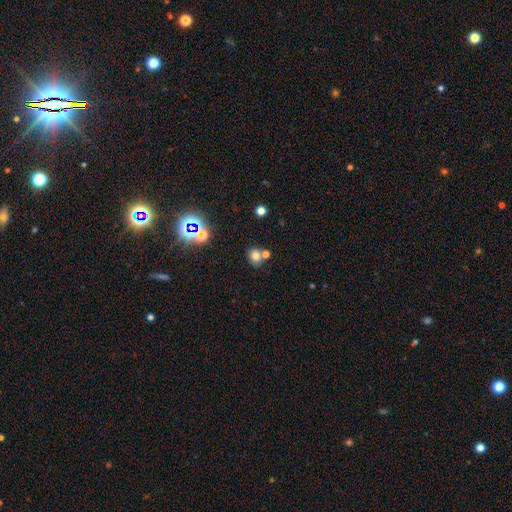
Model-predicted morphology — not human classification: Smooth or featured? Predicted: smooth (p=0.74). How rounded? Predicted: round (p=0.64). Merging? Predicted: none (p=0.59).